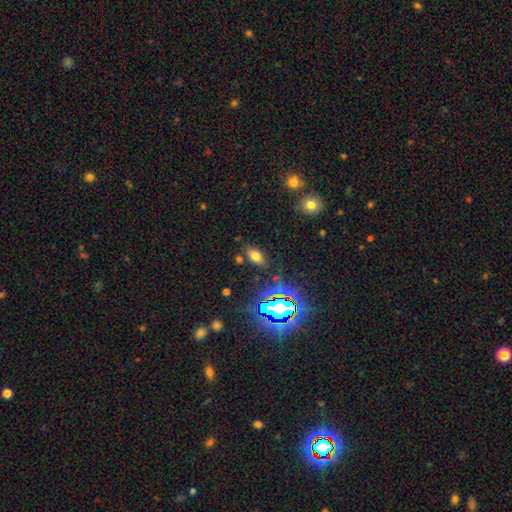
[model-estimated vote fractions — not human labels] A smooth galaxy with no disk features (65%) that is in between round and cigar-shaped (87%).

Vote fractions:
- Smooth or featured? smooth: 65% / star or artifact: 24% / featured or disk: 11%
- How rounded? in between: 87% / round: 7% / cigar-shaped: 6%
- Merging? none: 82% / minor disturbance: 11% / merger: 4% / major disturbance: 4%